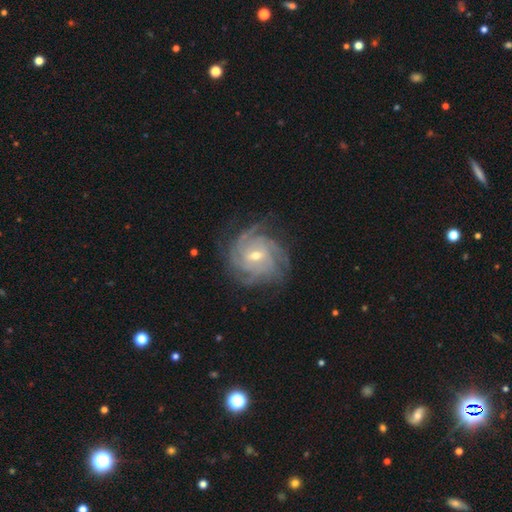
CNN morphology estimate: This appears to be a featured or disk galaxy (89%) with a weak bar (49%), 4 (31%) tight (71%) spiral arms (98%) and a moderate central bulge (50%). Merging: none (78%).